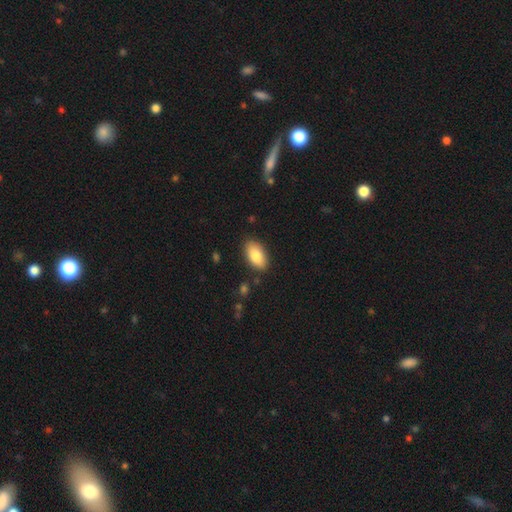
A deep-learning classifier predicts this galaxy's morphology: Q: Smooth or featured?
A: smooth (85%); runner-up: featured or disk (9%)
Q: How rounded?
A: in between (93%); runner-up: cigar-shaped (4%)
Q: Merging?
A: none (86%); runner-up: minor disturbance (10%)